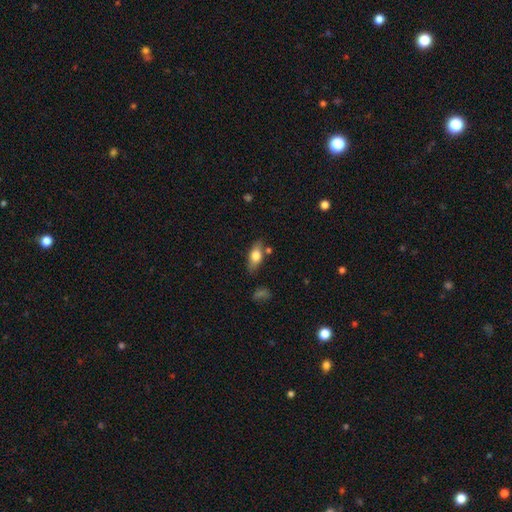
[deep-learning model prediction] smooth_or_featured: smooth (p=0.70) [alt: featured or disk p=0.23]
how_rounded: in between (p=0.81) [alt: cigar-shaped p=0.14]
merging: none (p=0.73) [alt: minor disturbance p=0.17]